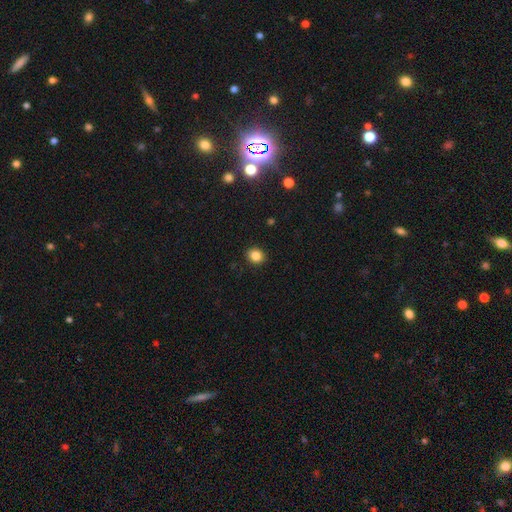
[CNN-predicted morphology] smooth_or_featured: smooth (p=0.85) [alt: star or artifact p=0.11]
how_rounded: round (p=0.70) [alt: in between p=0.29]
merging: none (p=0.91) [alt: minor disturbance p=0.06]